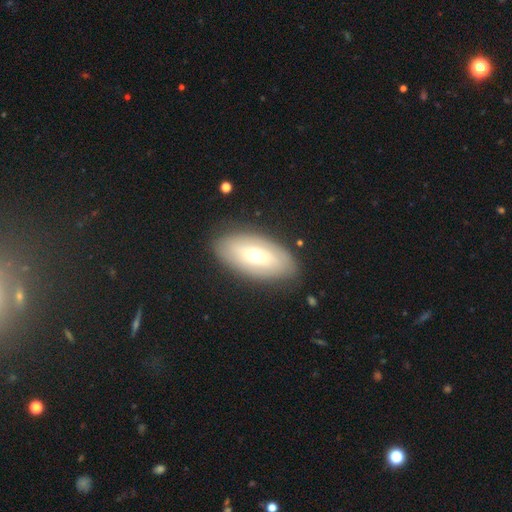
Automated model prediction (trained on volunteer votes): This appears to be a smooth galaxy with no disk features (51%) that is in between round and cigar-shaped (91%). Merging: none (84%).